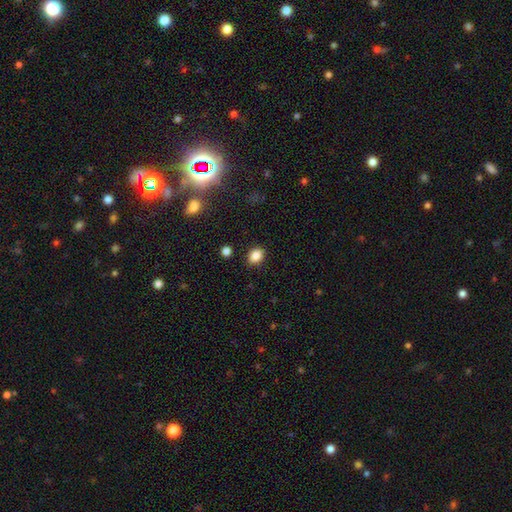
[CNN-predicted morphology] This appears to be a smooth galaxy with no disk features (86%) that is in between round and cigar-shaped (52%). Merging: none (87%).